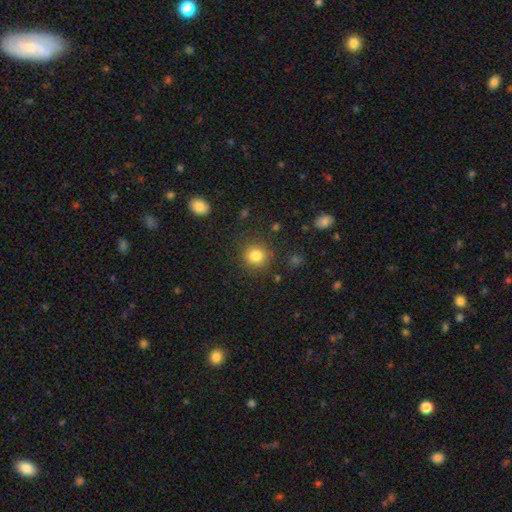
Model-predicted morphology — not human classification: Smooth or featured? Predicted: smooth (p=0.83). How rounded? Predicted: round (p=0.90). Merging? Predicted: none (p=0.87).